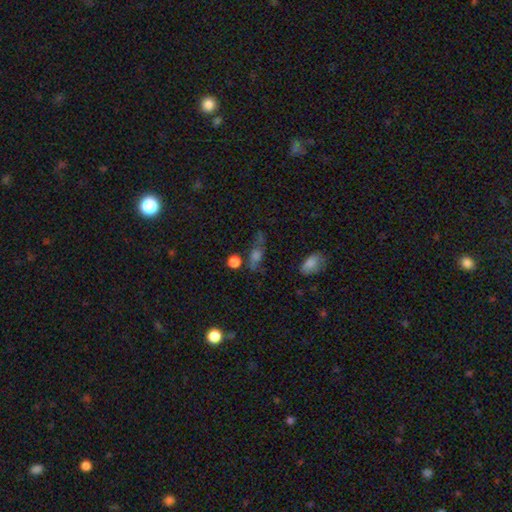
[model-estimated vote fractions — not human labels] Morphology: type=smooth (44%); merging=none (57%).